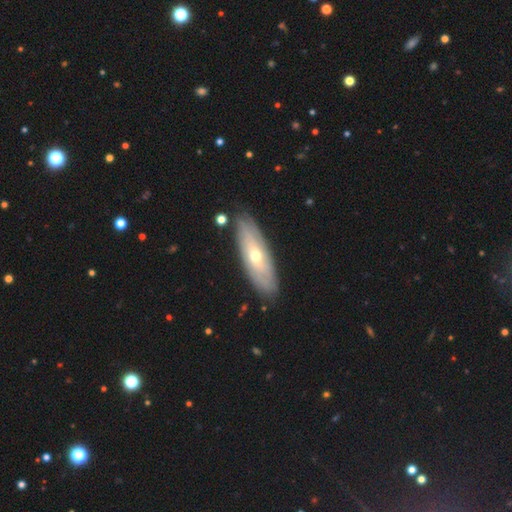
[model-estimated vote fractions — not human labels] Overall: featured or disk (58%; smooth 35%). Edge-on disk: no (65%; yes 35%). Merging: none (86%).